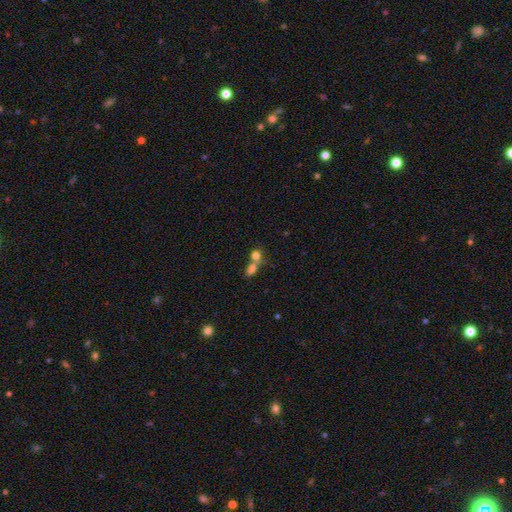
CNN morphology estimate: A smooth galaxy with no disk features (75%) that is round (56%). Merging: merger (60%).